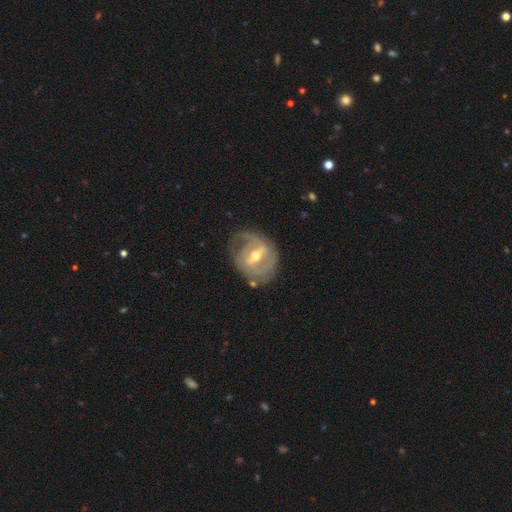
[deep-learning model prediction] smooth_or_featured: featured or disk (p=0.83) [alt: smooth p=0.11]
disk_edge_on: no (p=0.96) [alt: yes p=0.04]
bar: strong (p=0.45) [alt: weak p=0.43]
has_spiral_arms: yes (p=0.88) [alt: no p=0.12]
spiral_winding: medium (p=0.41) [alt: tight p=0.40]
spiral_arm_count: 2 (p=0.59) [alt: can't tell p=0.18]
bulge_size: moderate (p=0.66) [alt: small p=0.29]
merging: none (p=0.65) [alt: minor disturbance p=0.22]